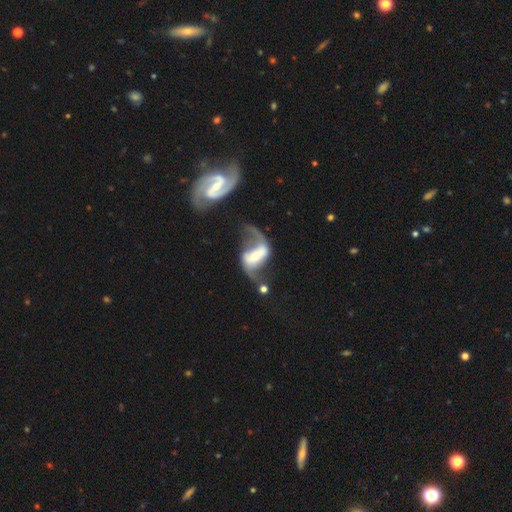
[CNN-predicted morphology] Smooth or featured? Predicted: featured or disk (p=0.83). Edge-on disk? Predicted: no (p=0.95). Bar? Predicted: strong (p=0.54). Spiral arms? Predicted: yes (p=0.91). Spiral winding? Predicted: loose (p=0.74). Spiral arm count? Predicted: 2 (p=0.89). Bulge size? Predicted: small (p=0.42). Merging? Predicted: none (p=0.40).